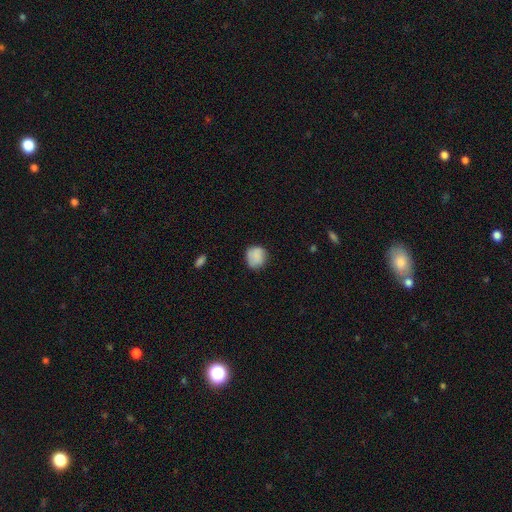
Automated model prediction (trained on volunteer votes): The model was most divided on "merging": none: 77%, minor disturbance: 18%, major disturbance: 4%, merger: 1%. More confident: smooth or featured — smooth (85%); how rounded — round (83%).